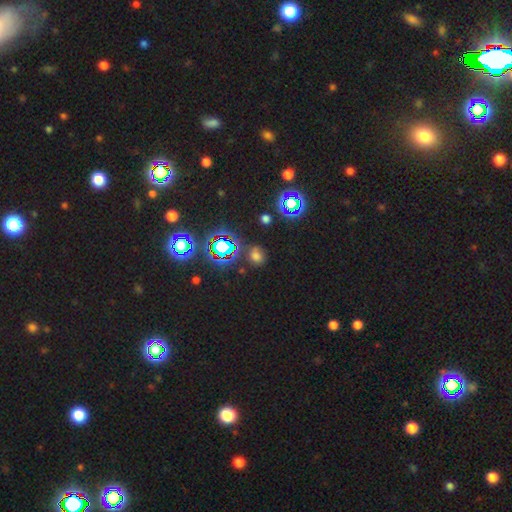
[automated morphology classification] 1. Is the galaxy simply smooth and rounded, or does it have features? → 47% smooth, 45% star or artifact, 8% featured or disk.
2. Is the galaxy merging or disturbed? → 78% none, 12% minor disturbance, 5% major disturbance, 5% merger.